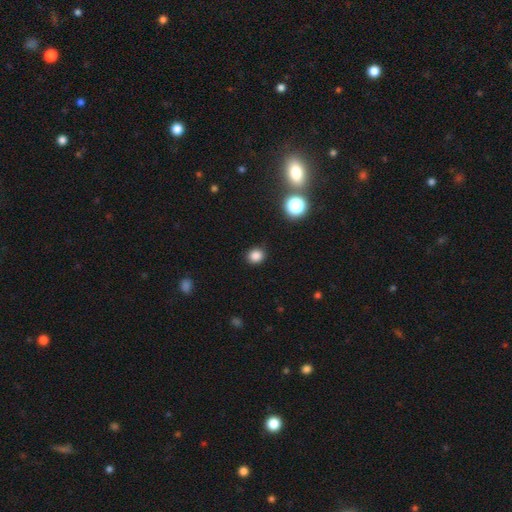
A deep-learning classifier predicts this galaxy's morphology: This appears to be a smooth galaxy with no disk features (83%) that is round (78%). Merging: none (88%).